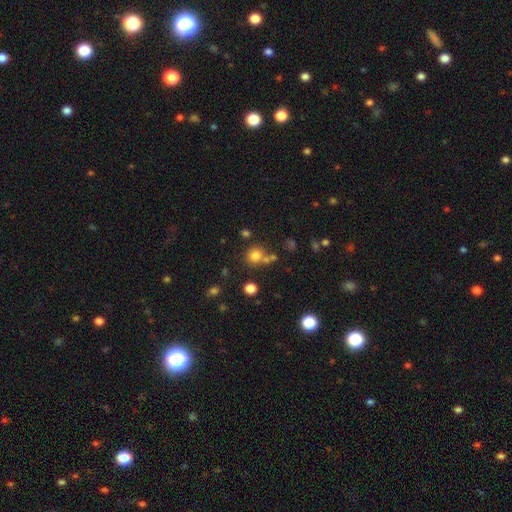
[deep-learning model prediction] A smooth galaxy with no disk features (77%) that is round (87%). Merging: none (65%).